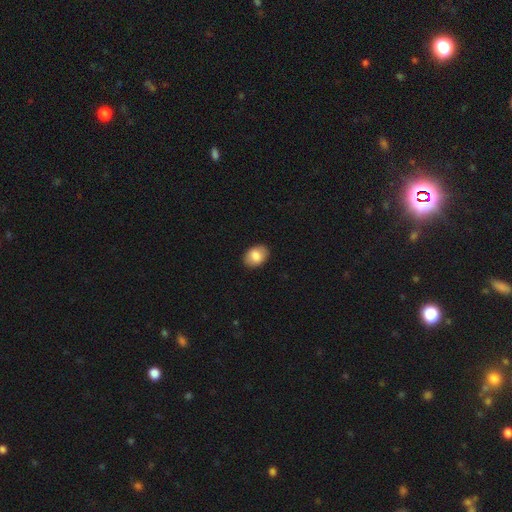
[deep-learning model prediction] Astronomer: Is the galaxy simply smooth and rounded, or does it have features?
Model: smooth — 82%.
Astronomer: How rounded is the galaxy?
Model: in between — 81%.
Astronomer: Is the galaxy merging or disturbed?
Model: none — 88%.